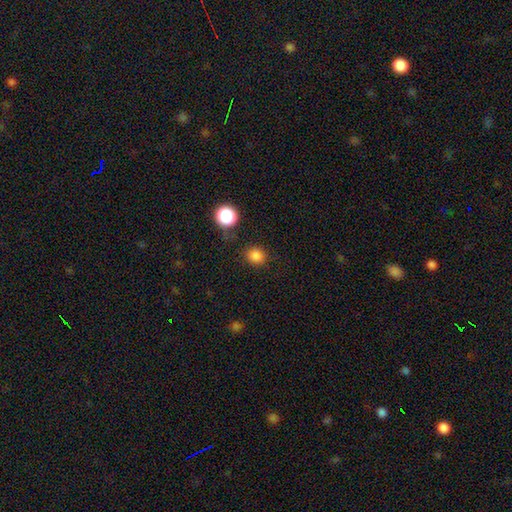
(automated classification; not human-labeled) Smooth or featured: smooth — 83% (star or artifact — 14%)
How rounded: round — 81% (in between — 18%)
Merging: none — 83% (minor disturbance — 10%)